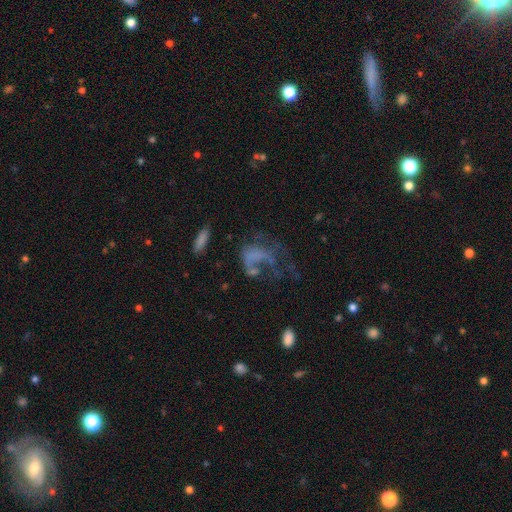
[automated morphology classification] smooth-or-featured: featured or disk: 48% | smooth: 36% | star or artifact: 17%
  merging: major disturbance: 52% | none: 24% | minor disturbance: 12% | merger: 12%